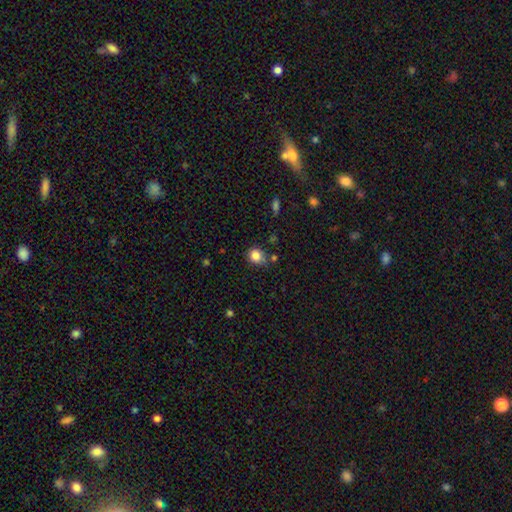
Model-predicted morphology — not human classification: Smooth or featured? Predicted: smooth (p=0.84). How rounded? Predicted: round (p=0.76). Merging? Predicted: none (p=0.70).